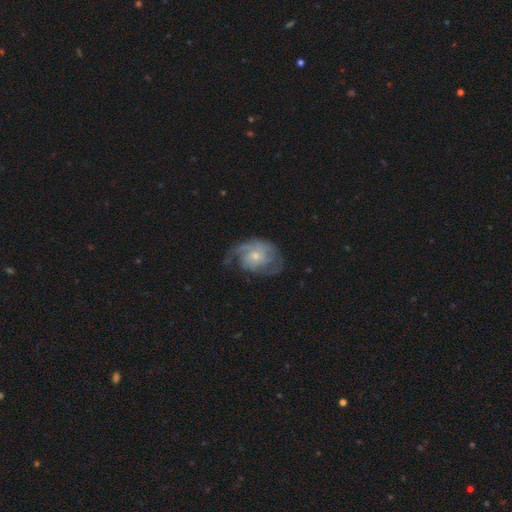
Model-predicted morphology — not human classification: The model was most divided on "spiral winding": medium: 43%, tight: 36%, loose: 21%. Remaining: edge-on disk — no (97%); spiral arms — yes (92%); smooth or featured — featured or disk (79%); bar — no (72%); merging — none (59%); bulge size — small (58%); spiral arm count — 2 (45%).